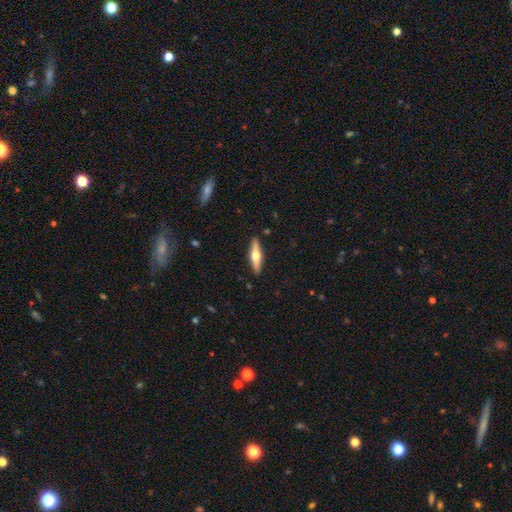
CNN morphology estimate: Smooth or featured? featured or disk (55%)
Edge-on disk? yes (95%)
Edge-on bulge? rounded (94%)
Merging? none (90%)